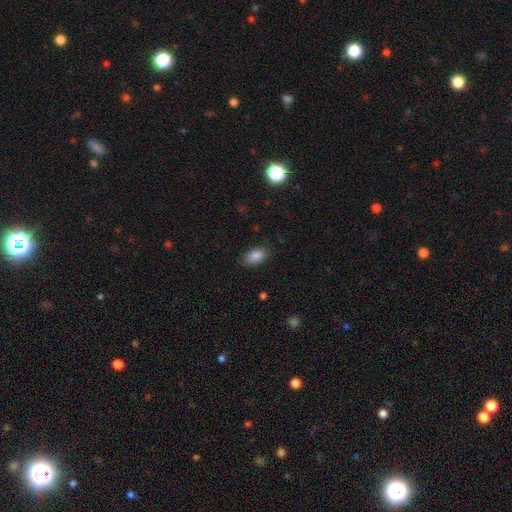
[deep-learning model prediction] smooth-or-featured: smooth: 87% | star or artifact: 8% | featured or disk: 5%
  how-rounded: in between: 91% | round: 7% | cigar-shaped: 2%
  merging: none: 83% | minor disturbance: 13% | major disturbance: 3% | merger: 1%